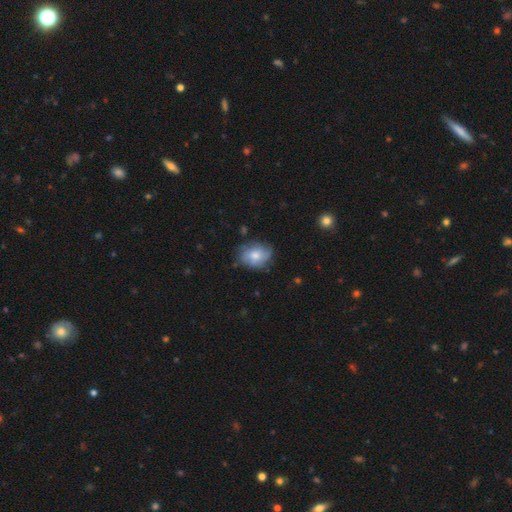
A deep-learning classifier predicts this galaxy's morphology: smooth_or_featured: smooth (p=0.55) [alt: featured or disk p=0.37]
how_rounded: in between (p=0.55) [alt: round p=0.43]
merging: none (p=0.66) [alt: minor disturbance p=0.24]